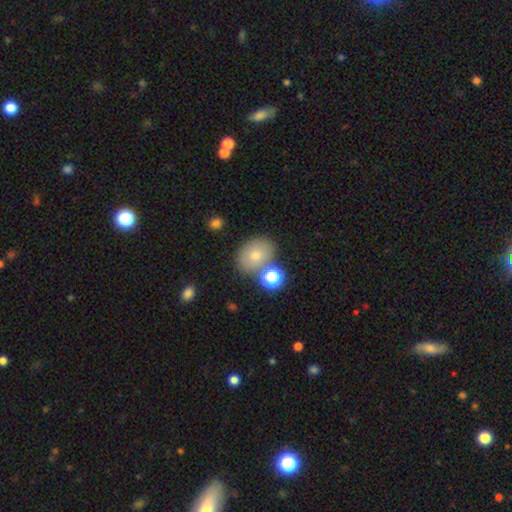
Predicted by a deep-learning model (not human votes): A smooth galaxy with no disk features (73%) that is in between round and cigar-shaped (55%).

Vote fractions:
- Smooth or featured? smooth: 73% / featured or disk: 15% / star or artifact: 12%
- How rounded? in between: 55% / round: 44% / cigar-shaped: 1%
- Merging? none: 67% / merger: 14% / minor disturbance: 14% / major disturbance: 5%